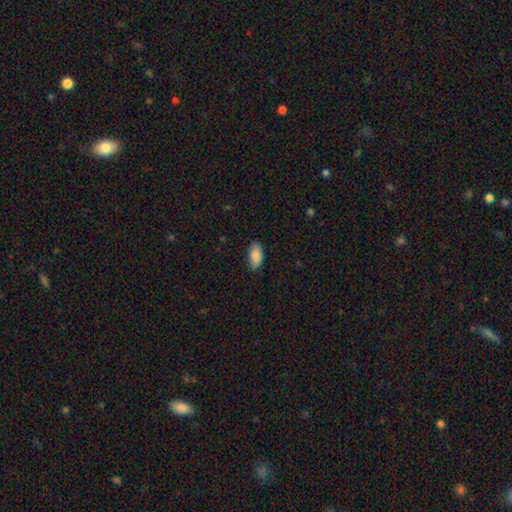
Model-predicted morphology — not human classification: Smooth or featured? Predicted: smooth (p=0.88). How rounded? Predicted: in between (p=0.93). Merging? Predicted: none (p=0.82).